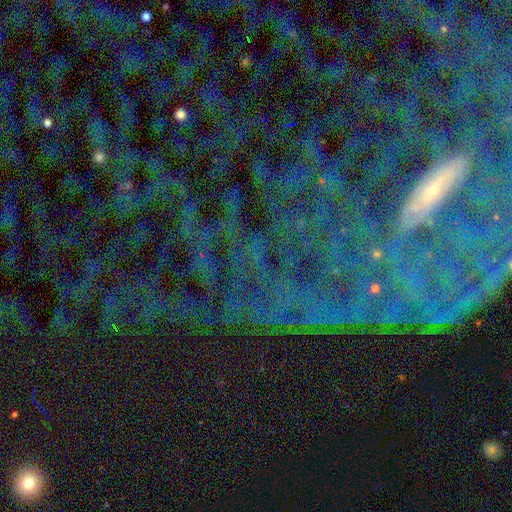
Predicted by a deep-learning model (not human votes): smooth-or-featured: star or artifact: 74% | featured or disk: 16% | smooth: 10%